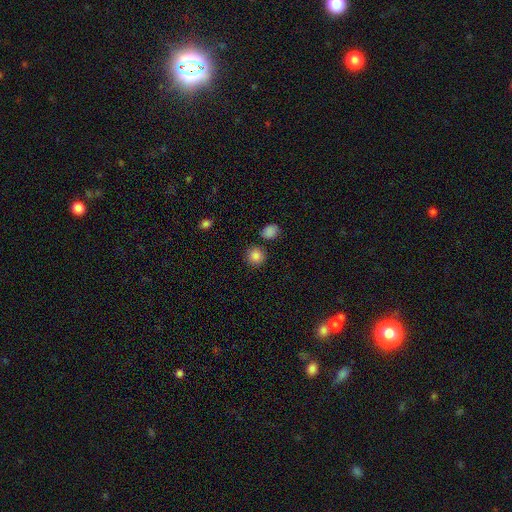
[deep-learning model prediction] Smooth or featured? Predicted: smooth (p=0.86). How rounded? Predicted: round (p=0.90). Merging? Predicted: none (p=0.83).